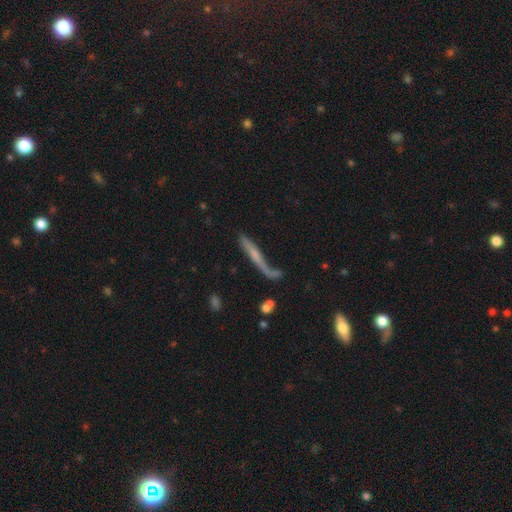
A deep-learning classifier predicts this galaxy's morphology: type=featured or disk (53%); edge-on=yes (74%); merging=none (43%).